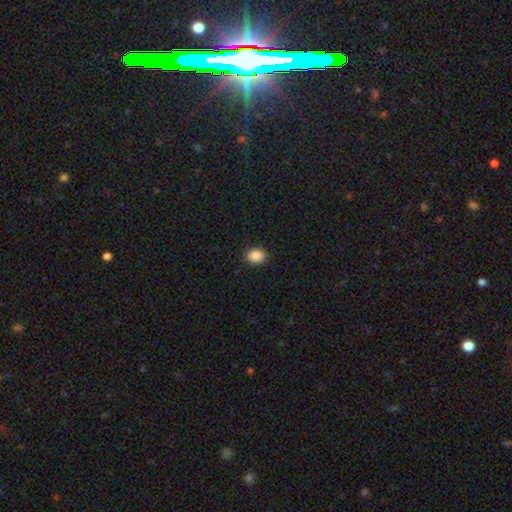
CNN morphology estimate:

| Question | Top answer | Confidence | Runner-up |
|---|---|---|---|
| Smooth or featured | smooth | 88% | star or artifact (9%) |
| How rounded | in between | 63% | round (36%) |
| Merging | none | 88% | minor disturbance (9%) |